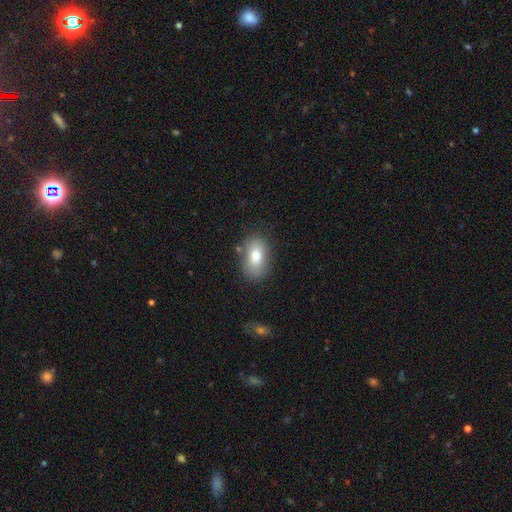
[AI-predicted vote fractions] Morphology: type=smooth (78%); roundness=in between (89%); merging=none (76%).